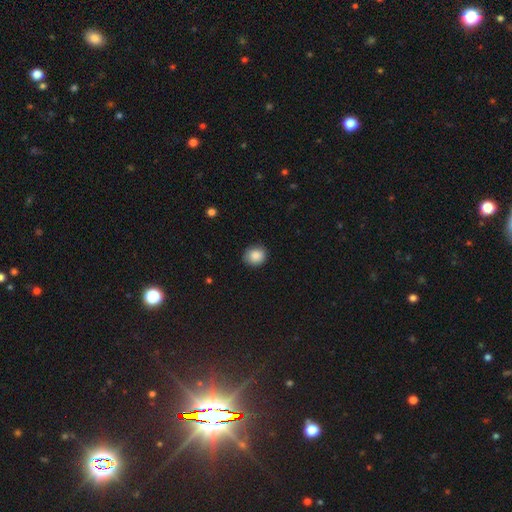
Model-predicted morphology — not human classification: This appears to be a smooth galaxy with no disk features (87%) that is round (76%). Merging: none (82%).